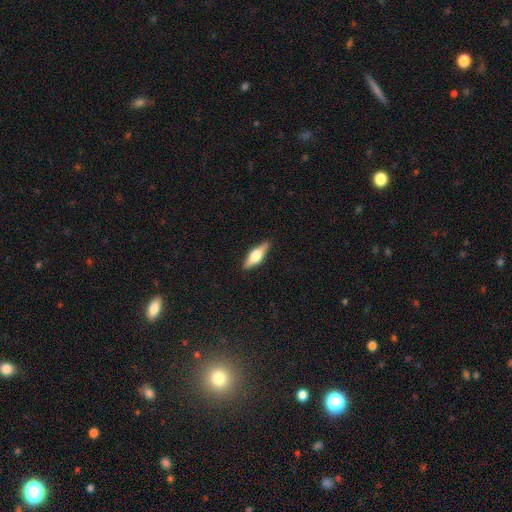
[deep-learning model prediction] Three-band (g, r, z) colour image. It shows a featured or disk galaxy (53%) viewed edge-on (94%). Merging: none (88%).